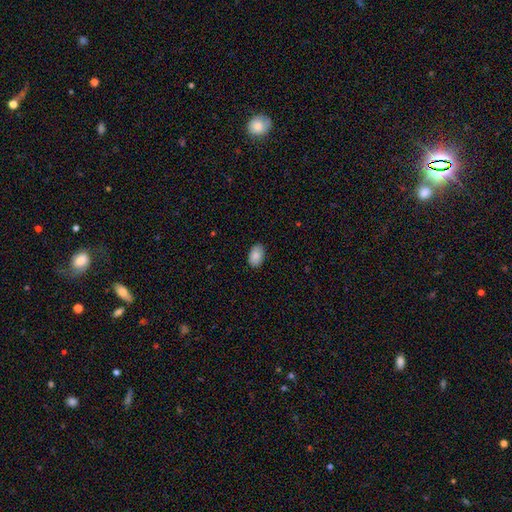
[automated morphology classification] smooth-or-featured: smooth: 87% | star or artifact: 7% | featured or disk: 6%
  how-rounded: in between: 90% | round: 9% | cigar-shaped: 1%
  merging: none: 87% | minor disturbance: 10% | major disturbance: 2% | merger: 1%